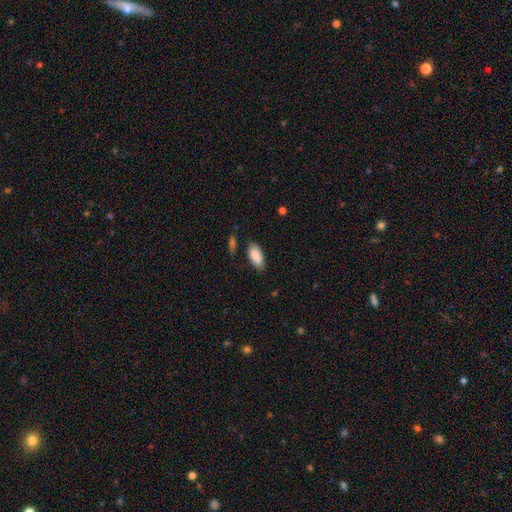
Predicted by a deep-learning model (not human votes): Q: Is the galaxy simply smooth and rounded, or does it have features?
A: smooth — 89%.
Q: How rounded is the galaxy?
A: in between — 90%.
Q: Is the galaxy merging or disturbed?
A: none — 78%.